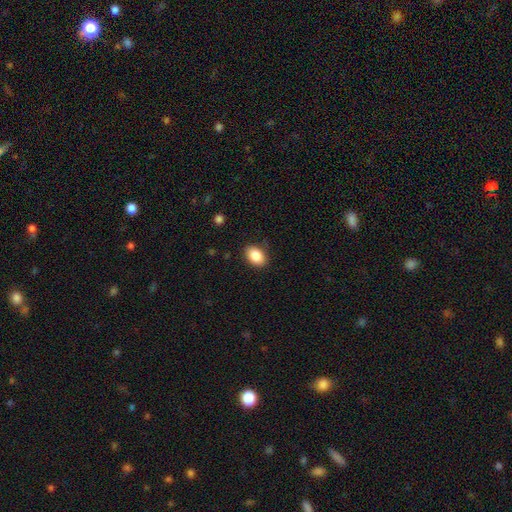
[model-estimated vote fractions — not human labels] This appears to be a smooth galaxy with no disk features (87%) that is in between round and cigar-shaped (82%). Merging: none (86%).